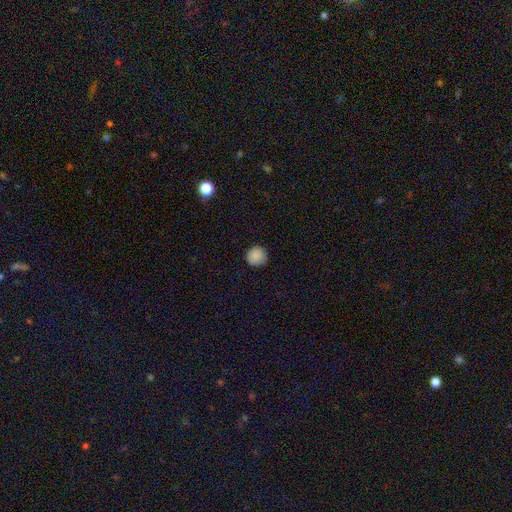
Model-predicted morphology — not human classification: This is clearly a smooth galaxy (88%). How rounded: clearly round (92%). Merging: clearly none (86%).